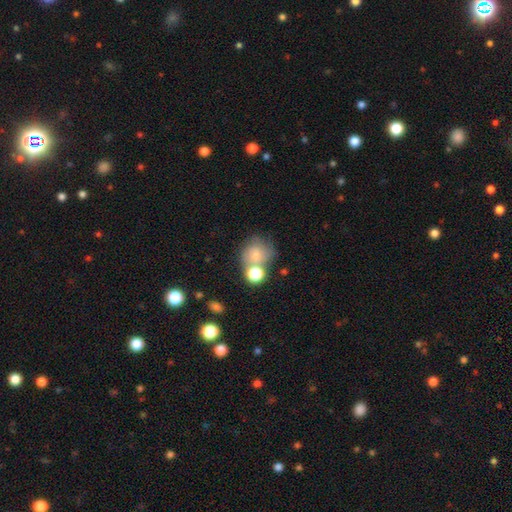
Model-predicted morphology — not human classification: Smooth or featured?
  - smooth: 73% *
  - featured or disk: 17%
  - star or artifact: 10%
How rounded?
  - round: 74% *
  - in between: 25%
  - cigar-shaped: 1%
Merging?
  - none: 40% *
  - merger: 36%
  - minor disturbance: 15%
  - major disturbance: 9%